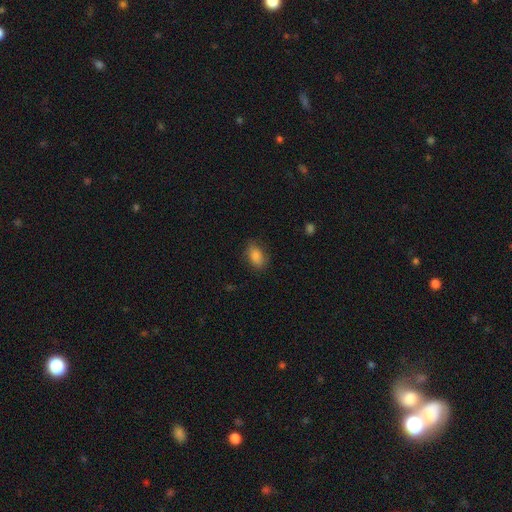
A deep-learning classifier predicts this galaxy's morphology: This appears to be a smooth galaxy with no disk features (84%) that is in between round and cigar-shaped (86%). Merging: none (76%).